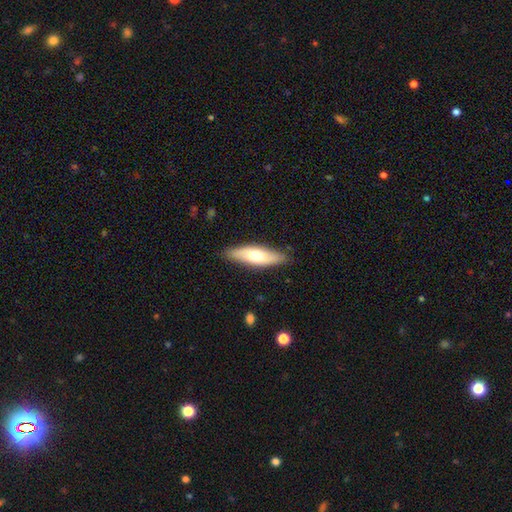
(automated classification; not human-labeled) This is possibly a smooth galaxy (59%). How rounded: possibly cigar-shaped (54%). Merging: clearly none (86%).